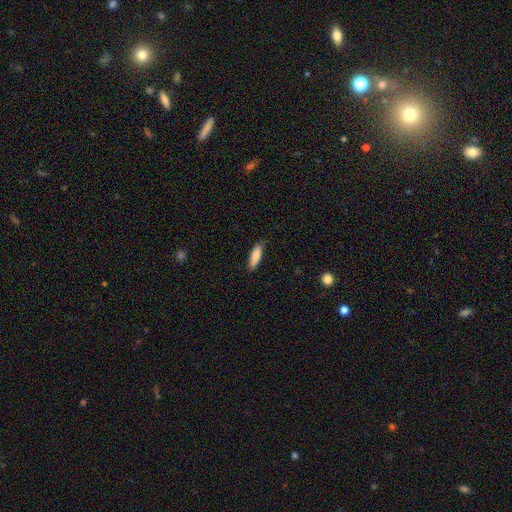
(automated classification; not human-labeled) Q: Smooth or featured?
A: smooth (86%); runner-up: featured or disk (8%)
Q: How rounded?
A: cigar-shaped (52%); runner-up: in between (47%)
Q: Merging?
A: none (80%); runner-up: minor disturbance (16%)